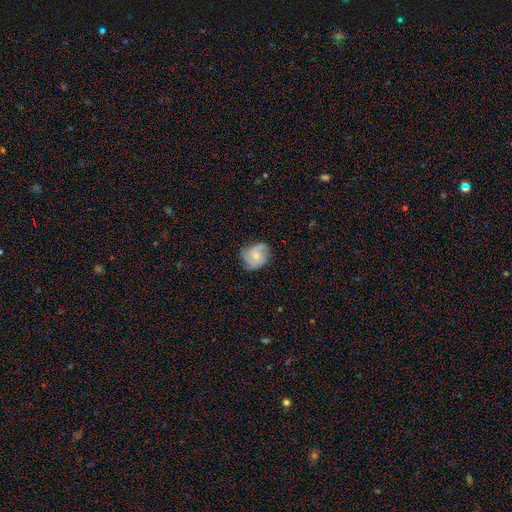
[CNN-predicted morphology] smooth_or_featured: featured or disk (p=0.56) [alt: smooth p=0.36]
disk_edge_on: no (p=0.97) [alt: yes p=0.03]
bar: no (p=0.65) [alt: weak p=0.31]
has_spiral_arms: yes (p=0.89) [alt: no p=0.11]
bulge_size: small (p=0.49) [alt: moderate p=0.37]
merging: none (p=0.65) [alt: minor disturbance p=0.25]